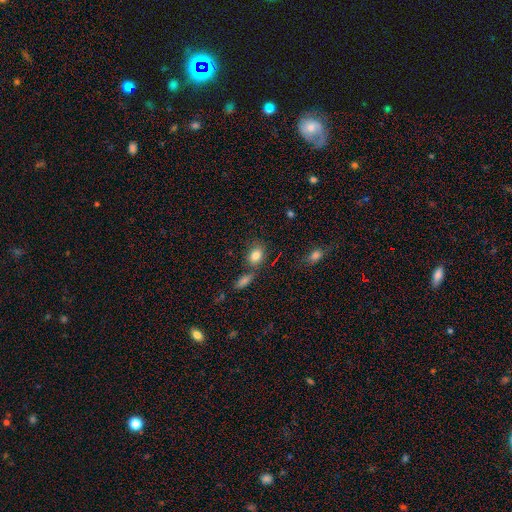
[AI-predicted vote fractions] Overall: smooth (82%). How rounded: in between (65%; round 33%). Merging: none (65%).